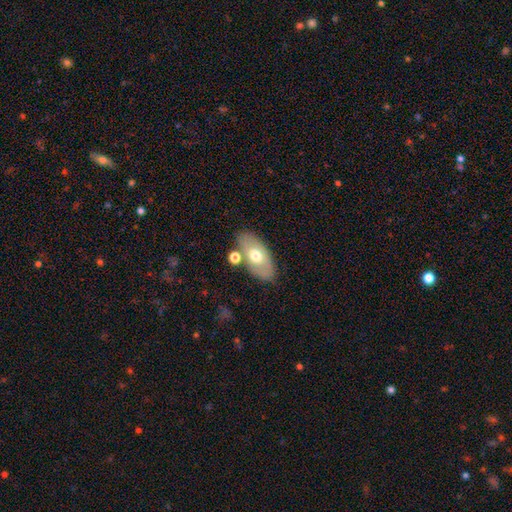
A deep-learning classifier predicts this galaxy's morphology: A smooth galaxy with no disk features (60%) that is in between round and cigar-shaped (92%). Merging: none (72%).